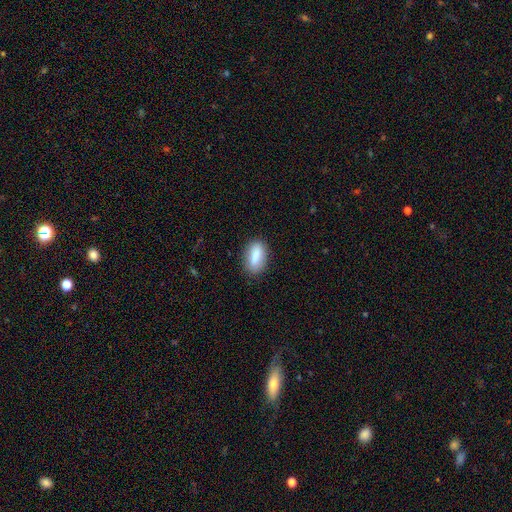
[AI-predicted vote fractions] This is clearly a smooth galaxy (84%). How rounded: clearly in between (81%). Merging: clearly none (84%).